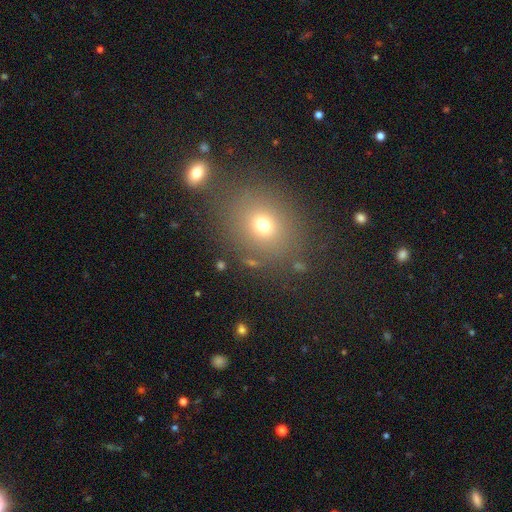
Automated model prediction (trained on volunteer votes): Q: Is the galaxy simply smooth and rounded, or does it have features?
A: smooth — 61%.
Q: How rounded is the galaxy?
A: round — 62%.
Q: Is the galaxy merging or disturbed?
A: none — 83%.